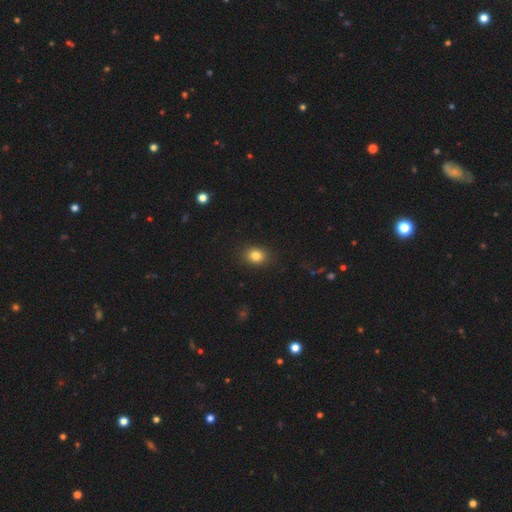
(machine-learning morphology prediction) smooth 83%, star or artifact 11%, featured or disk 6%. Down the decision tree: how rounded — round (50%); merging — none (88%).